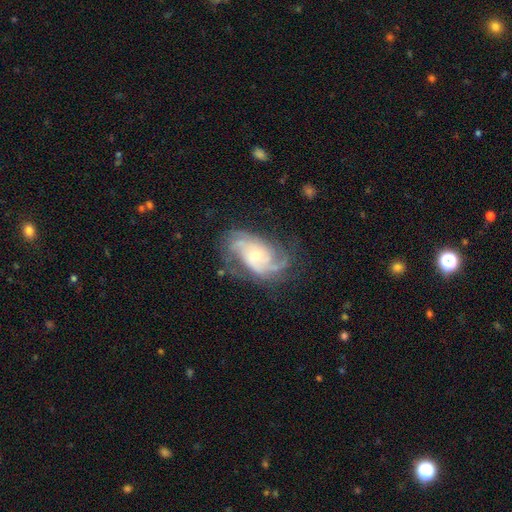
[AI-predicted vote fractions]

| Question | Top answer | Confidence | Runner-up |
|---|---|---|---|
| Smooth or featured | featured or disk | 86% | smooth (8%) |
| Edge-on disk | no | 96% | yes (4%) |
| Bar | no | 71% | weak (23%) |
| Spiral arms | yes | 96% | no (4%) |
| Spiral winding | tight | 43% | medium (42%) |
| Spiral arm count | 2 | 36% | 3 (25%) |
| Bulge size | small | 53% | moderate (42%) |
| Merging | none | 68% | minor disturbance (20%) |